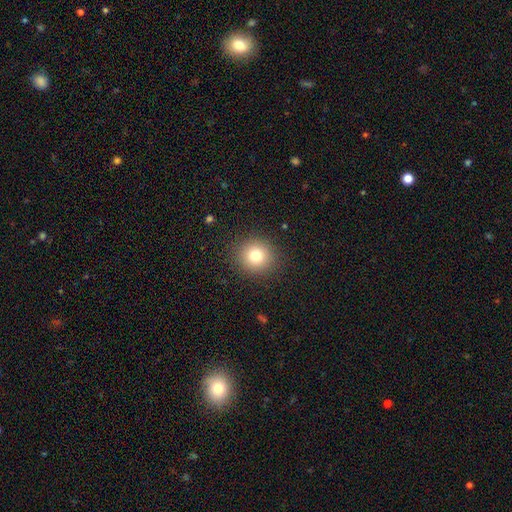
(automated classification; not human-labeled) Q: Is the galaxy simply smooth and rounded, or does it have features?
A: smooth — 79%.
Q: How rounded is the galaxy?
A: round — 90%.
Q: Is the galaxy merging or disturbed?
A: none — 90%.